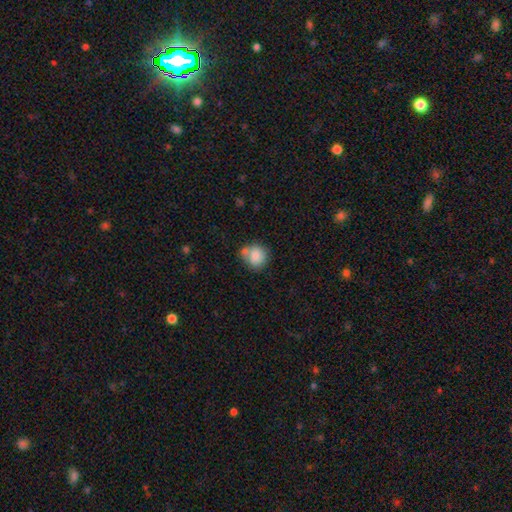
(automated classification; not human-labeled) This appears to be a smooth galaxy with no disk features (83%) that is round (81%). Merging: none (52%).